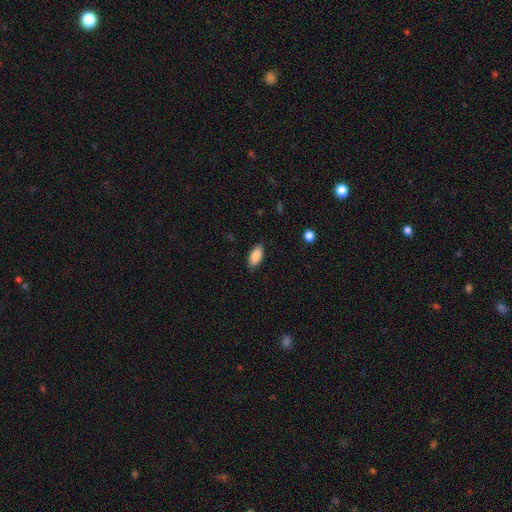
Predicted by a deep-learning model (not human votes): Smooth or featured: smooth — 87% (star or artifact — 7%)
How rounded: in between — 90% (cigar-shaped — 8%)
Merging: none — 86% (minor disturbance — 11%)